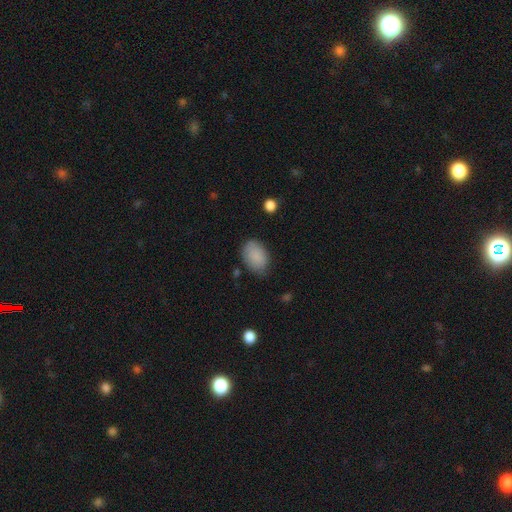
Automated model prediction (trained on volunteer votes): smooth_or_featured: smooth (p=0.88) [alt: star or artifact p=0.07]
how_rounded: in between (p=0.84) [alt: round p=0.15]
merging: none (p=0.74) [alt: minor disturbance p=0.20]